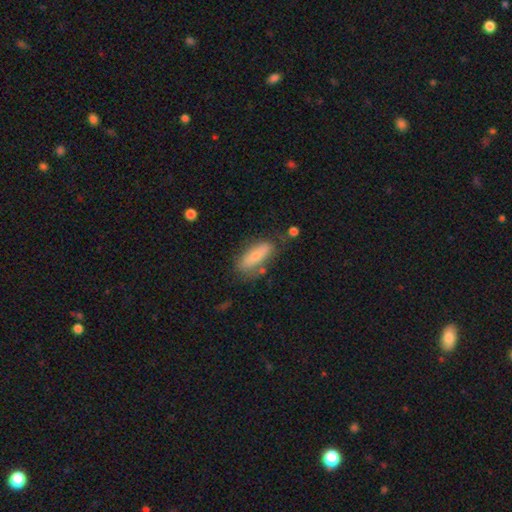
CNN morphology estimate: A smooth galaxy with no disk features (69%) that is in between round and cigar-shaped (64%).

Vote fractions:
- Smooth or featured? smooth: 69% / featured or disk: 25% / star or artifact: 7%
- How rounded? in between: 64% / cigar-shaped: 34% / round: 2%
- Merging? none: 66% / minor disturbance: 21% / major disturbance: 7% / merger: 5%